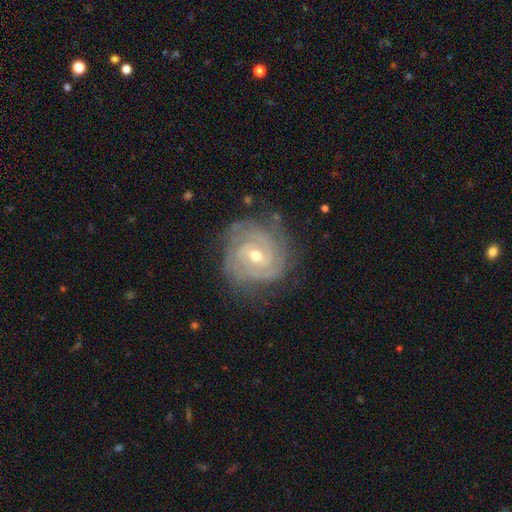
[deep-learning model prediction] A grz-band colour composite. It shows a featured or disk galaxy (90%) with no bar (46%), 3 (32%) tight (81%) spiral arms (98%) and a moderate central bulge (52%). Merging: none (79%).